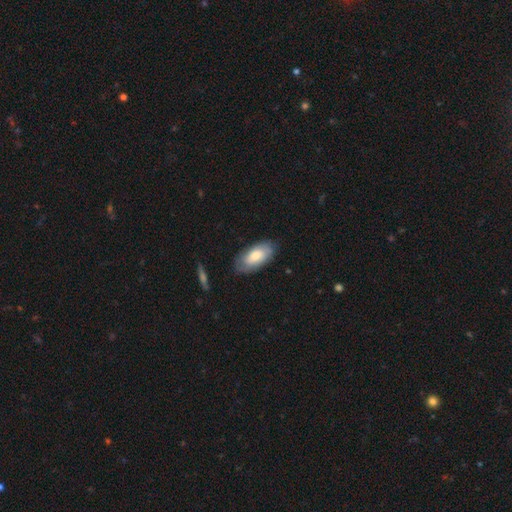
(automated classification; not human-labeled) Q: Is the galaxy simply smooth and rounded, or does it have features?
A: smooth — 66%.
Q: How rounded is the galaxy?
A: in between — 92%.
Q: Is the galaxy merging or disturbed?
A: none — 77%.